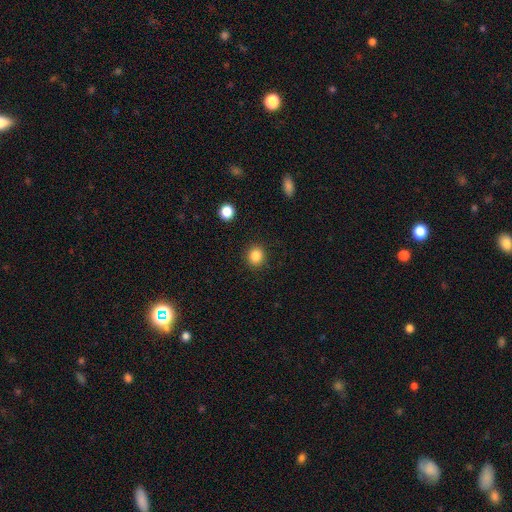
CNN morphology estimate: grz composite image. It shows a smooth galaxy with no disk features (85%) that is round (84%). Merging: none (91%).